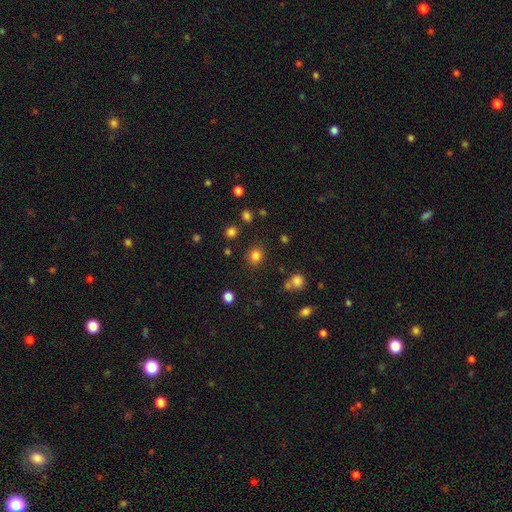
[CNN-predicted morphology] smooth-or-featured: smooth: 82% | star or artifact: 13% | featured or disk: 5%
  how-rounded: round: 77% | in between: 22% | cigar-shaped: 1%
  merging: none: 85% | minor disturbance: 8% | merger: 3% | major disturbance: 3%